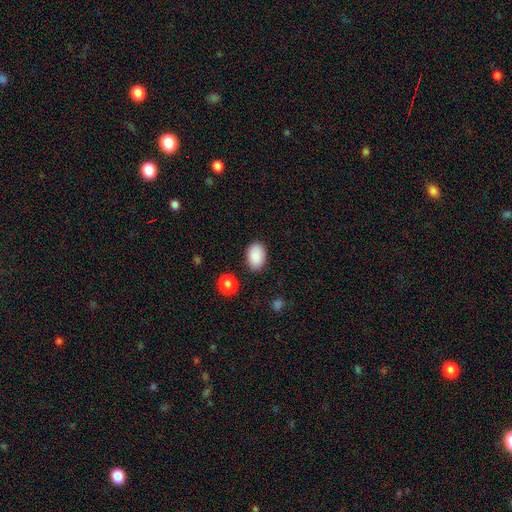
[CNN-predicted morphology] Smooth or featured: smooth — 89% (star or artifact — 7%)
How rounded: in between — 86% (round — 13%)
Merging: none — 86% (minor disturbance — 10%)